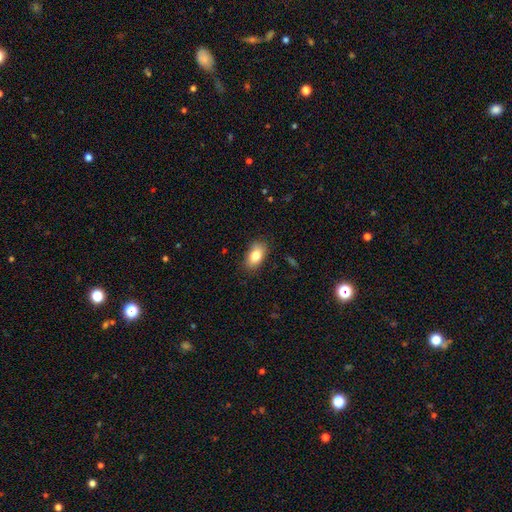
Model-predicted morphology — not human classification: Overall: smooth (82%). How rounded: in between (91%). Merging: none (84%).